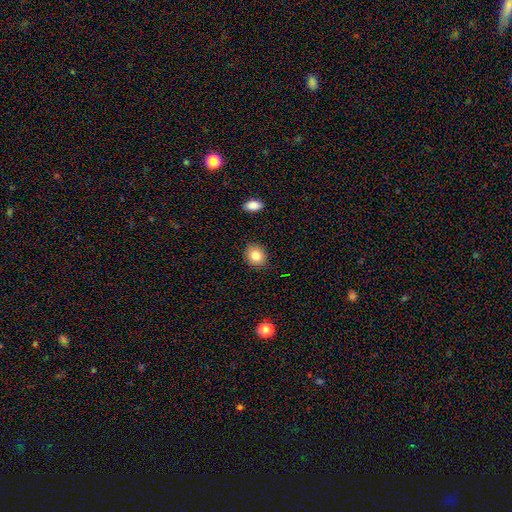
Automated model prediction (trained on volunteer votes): Smooth or featured? smooth (83%)
How rounded? round (63%)
Merging? none (88%)